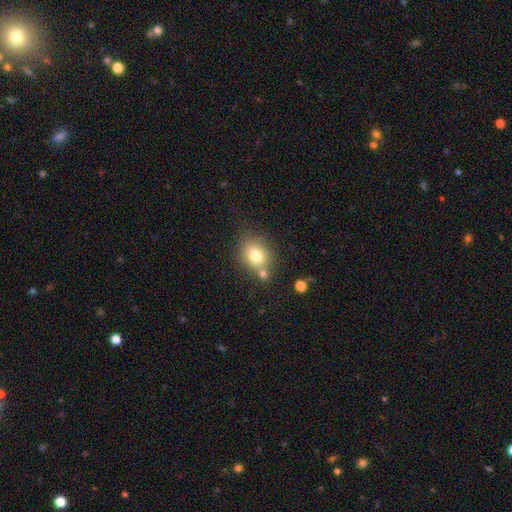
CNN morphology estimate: Smooth or featured? smooth (76%)
How rounded? round (58%)
Merging? none (61%)